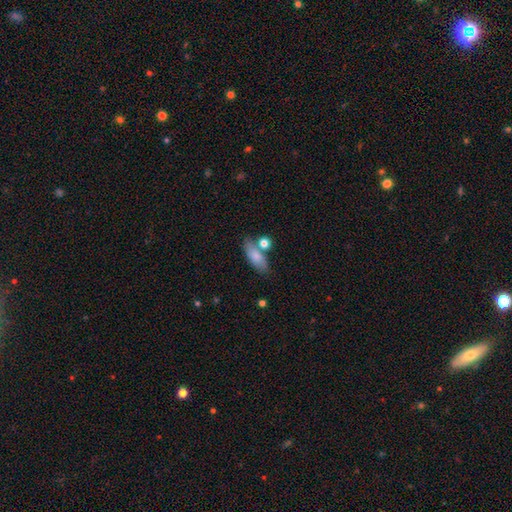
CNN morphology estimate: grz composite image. It shows a smooth galaxy with no disk features (78%) that is in between round and cigar-shaped (75%). Merging: none (63%).